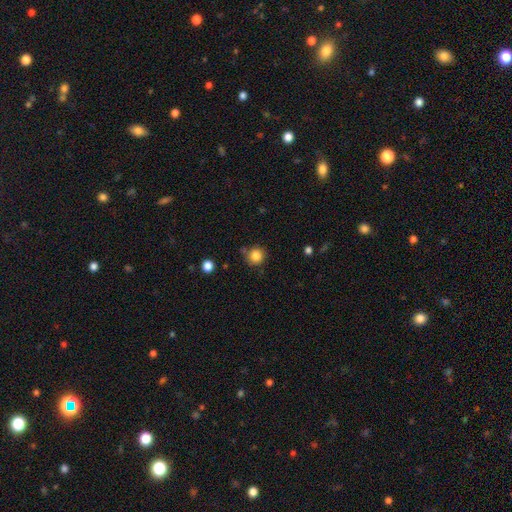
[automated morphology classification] This appears to be a smooth galaxy with no disk features (84%) that is round (93%). Merging: none (80%).